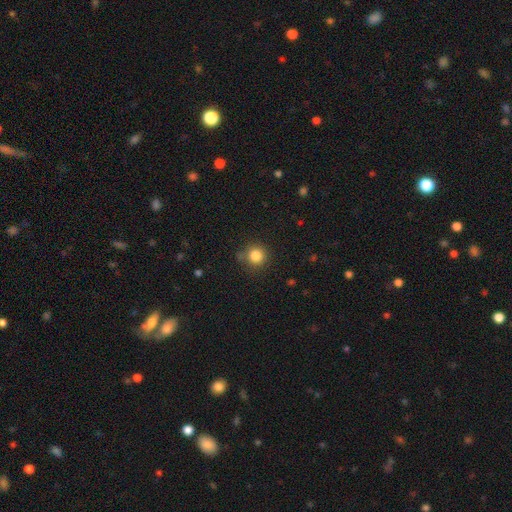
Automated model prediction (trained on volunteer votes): Smooth or featured: smooth — 84% (star or artifact — 12%)
How rounded: round — 93% (in between — 6%)
Merging: none — 79% (minor disturbance — 13%)